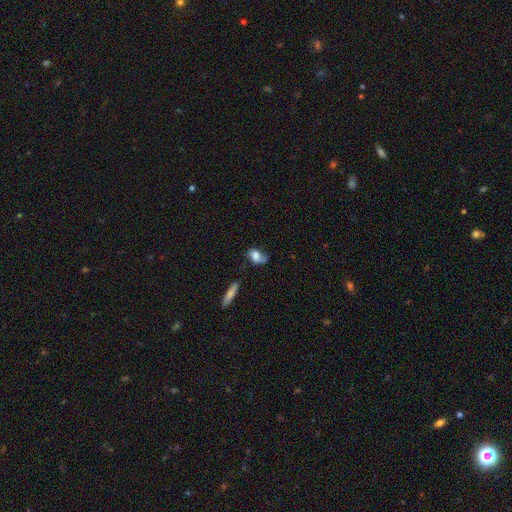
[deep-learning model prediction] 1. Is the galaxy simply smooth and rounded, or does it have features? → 58% smooth, 33% featured or disk, 8% star or artifact.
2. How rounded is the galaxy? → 79% in between, 17% round, 4% cigar-shaped.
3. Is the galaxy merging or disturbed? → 43% none, 31% minor disturbance, 21% major disturbance, 6% merger.